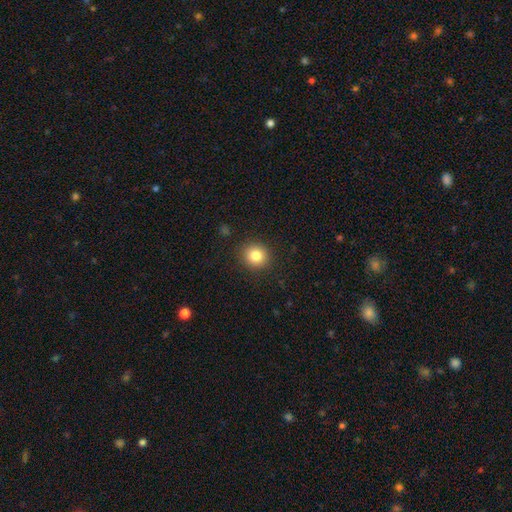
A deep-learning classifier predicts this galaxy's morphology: The model was most divided on "smooth or featured": smooth: 83%, star or artifact: 11%, featured or disk: 7%. More confident: merging — none (90%); how rounded — round (90%).